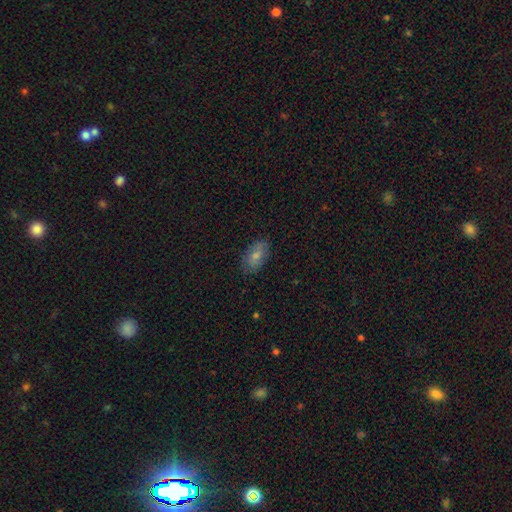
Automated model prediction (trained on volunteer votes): A smooth galaxy with no disk features (73%) that is in between round and cigar-shaped (91%).

Vote fractions:
- Smooth or featured? smooth: 73% / featured or disk: 19% / star or artifact: 8%
- How rounded? in between: 91% / round: 6% / cigar-shaped: 3%
- Merging? none: 79% / minor disturbance: 16% / major disturbance: 3% / merger: 1%